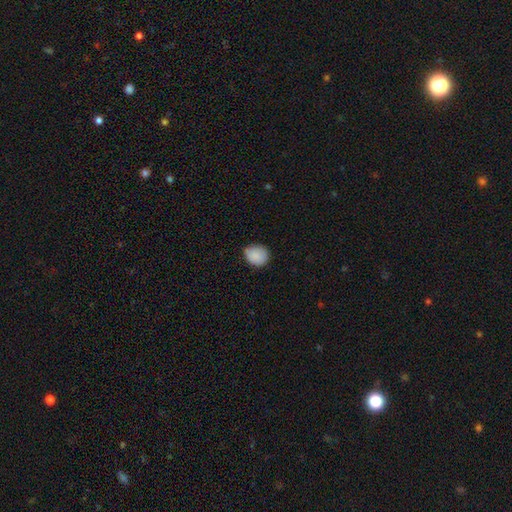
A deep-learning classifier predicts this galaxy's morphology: smooth-or-featured: smooth: 87% | star or artifact: 7% | featured or disk: 5%
  how-rounded: round: 73% | in between: 26% | cigar-shaped: 1%
  merging: none: 64% | minor disturbance: 31% | major disturbance: 4% | merger: 1%